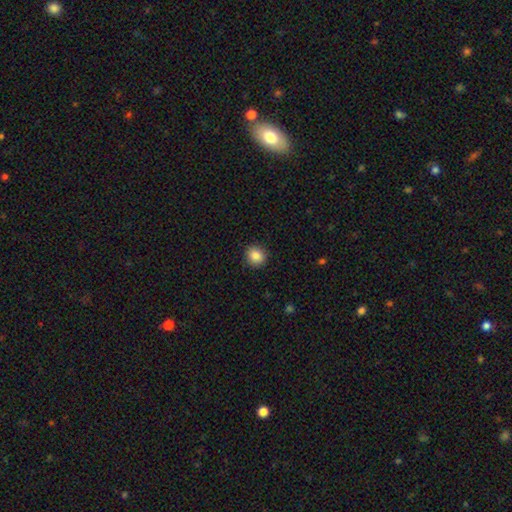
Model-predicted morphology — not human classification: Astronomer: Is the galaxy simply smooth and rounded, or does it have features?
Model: smooth — 86%.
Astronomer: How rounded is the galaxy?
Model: round — 85%.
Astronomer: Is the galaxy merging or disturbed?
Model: none — 91%.